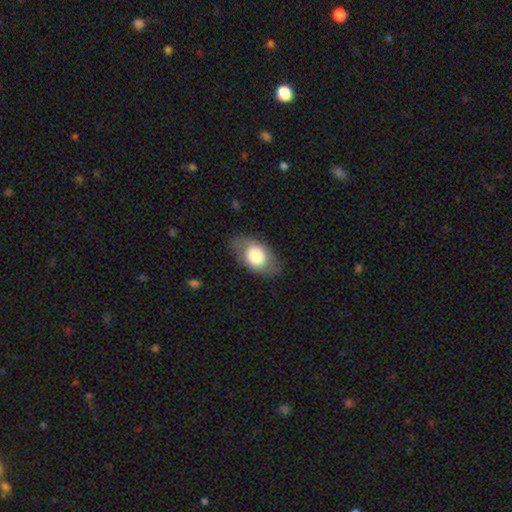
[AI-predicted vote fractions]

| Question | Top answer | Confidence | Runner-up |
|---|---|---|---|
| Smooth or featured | smooth | 65% | featured or disk (28%) |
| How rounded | in between | 85% | round (13%) |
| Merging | none | 78% | minor disturbance (14%) |